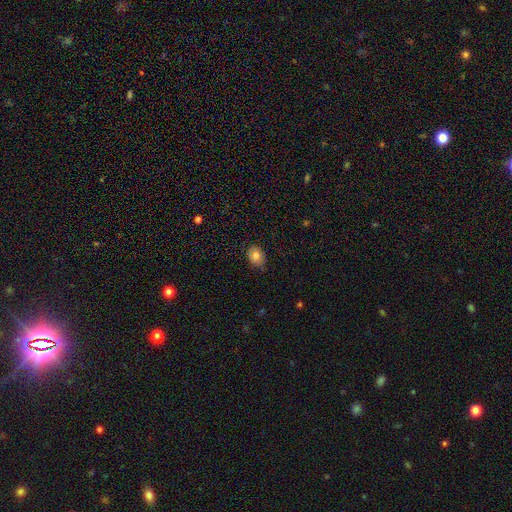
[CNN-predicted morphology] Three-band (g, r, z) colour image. It shows a smooth galaxy with no disk features (74%) that is round (51%). Merging: none (82%).